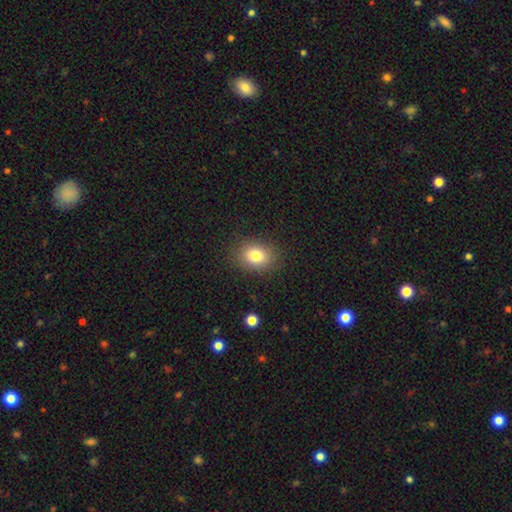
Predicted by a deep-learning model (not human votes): A smooth galaxy with no disk features (80%) that is in between round and cigar-shaped (56%).

Vote fractions:
- Smooth or featured? smooth: 80% / star or artifact: 11% / featured or disk: 9%
- How rounded? in between: 56% / round: 43% / cigar-shaped: 1%
- Merging? none: 87% / minor disturbance: 9% / major disturbance: 3% / merger: 1%